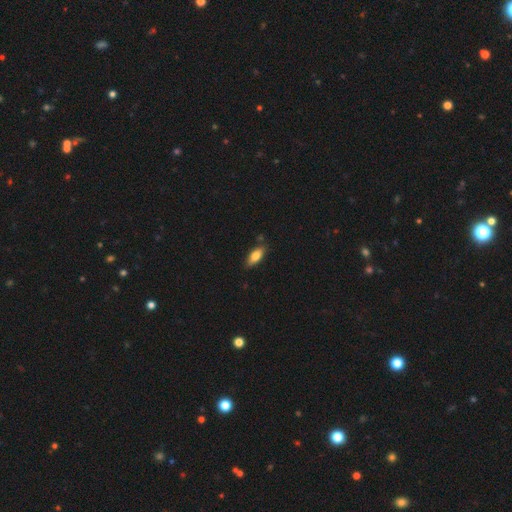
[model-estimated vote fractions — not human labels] Smooth or featured: smooth — 76% (featured or disk — 17%)
How rounded: in between — 77% (cigar-shaped — 20%)
Merging: none — 80% (minor disturbance — 15%)